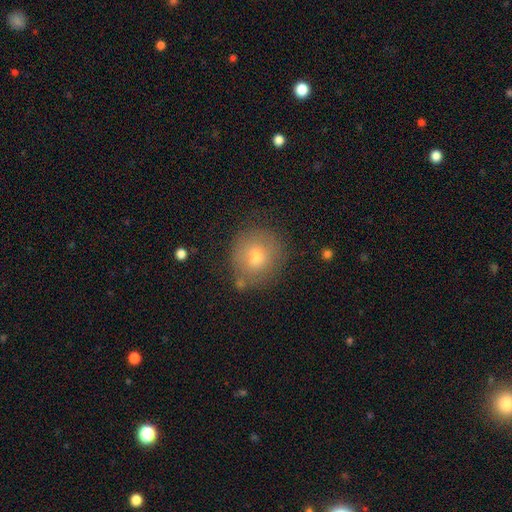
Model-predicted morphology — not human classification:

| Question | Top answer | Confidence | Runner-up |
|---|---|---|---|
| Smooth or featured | smooth | 69% | featured or disk (19%) |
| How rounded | round | 86% | in between (13%) |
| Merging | none | 74% | minor disturbance (16%) |